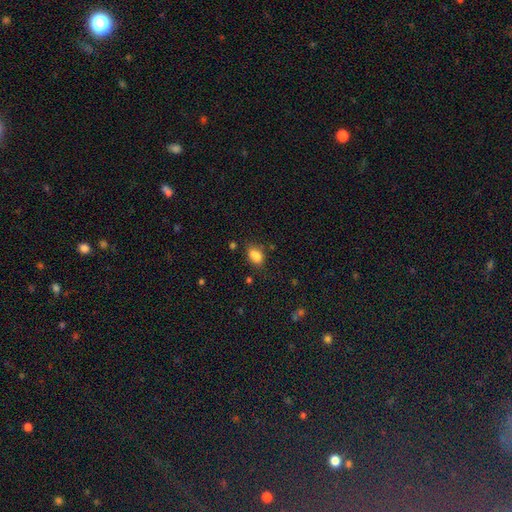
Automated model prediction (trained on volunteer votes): Smooth or featured? Predicted: smooth (p=0.80). How rounded? Predicted: in between (p=0.76). Merging? Predicted: none (p=0.53).